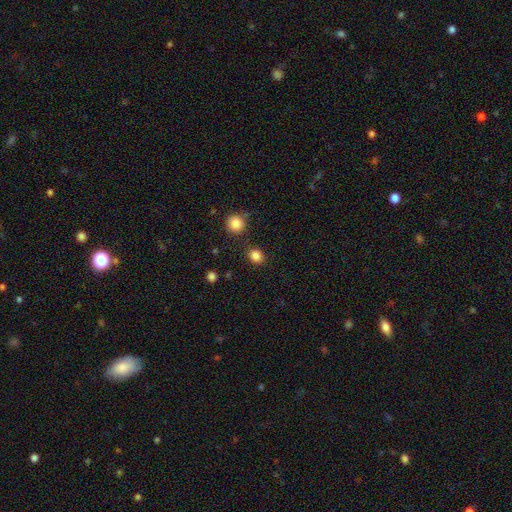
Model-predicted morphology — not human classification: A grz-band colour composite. It shows a smooth galaxy with no disk features (85%) that is round (61%). Merging: none (84%).